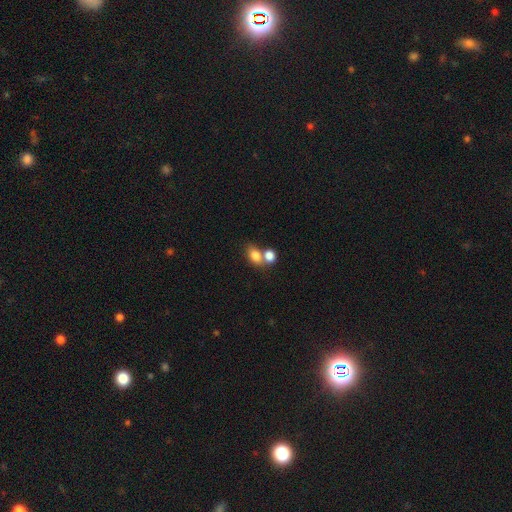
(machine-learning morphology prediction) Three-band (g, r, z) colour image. It shows a smooth galaxy with no disk features (80%) that is in between round and cigar-shaped (69%). Merging: merger (53%).